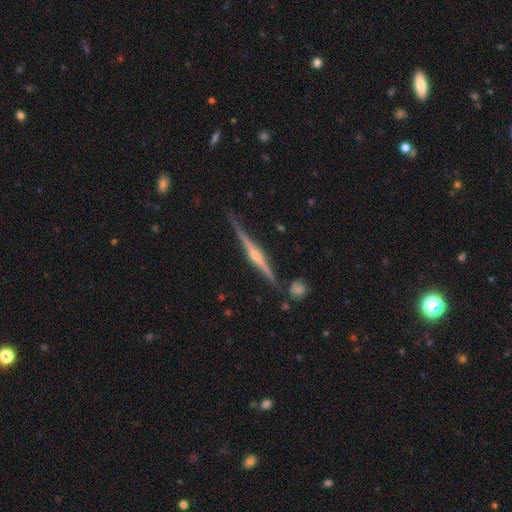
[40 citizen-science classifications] Volunteers were most divided on "merging": none: 68%, minor disturbance: 29%, merger: 3%, major disturbance: 0%. More confident: edge-on disk — yes (100%); edge-on bulge — rounded (91%); smooth or featured — featured or disk (82%).